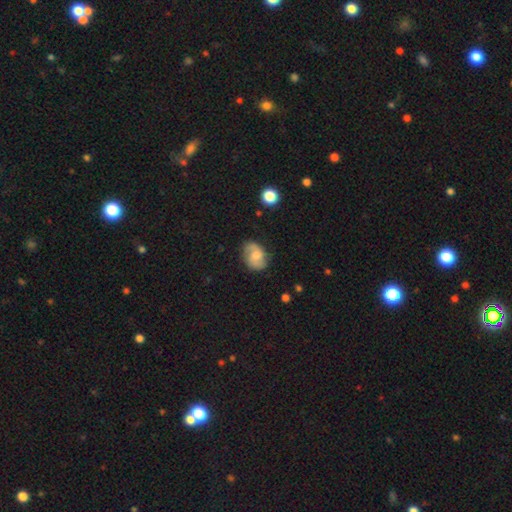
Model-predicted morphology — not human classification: featured or disk 59%, smooth 33%, star or artifact 8%. Down the decision tree: edge-on disk — no (97%); bar — no (56%); spiral arms — yes (91%); spiral arm count — 2 (85%); spiral winding — medium (46%); bulge size — moderate (46%); merging — none (72%).